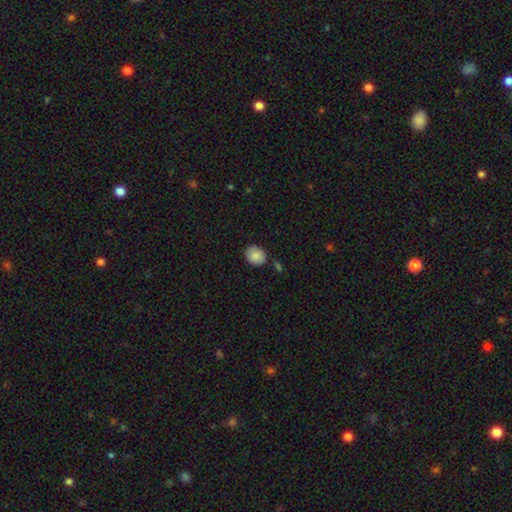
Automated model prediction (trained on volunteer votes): Smooth or featured: smooth — 86% (star or artifact — 8%)
How rounded: round — 54% (in between — 45%)
Merging: none — 80% (minor disturbance — 13%)